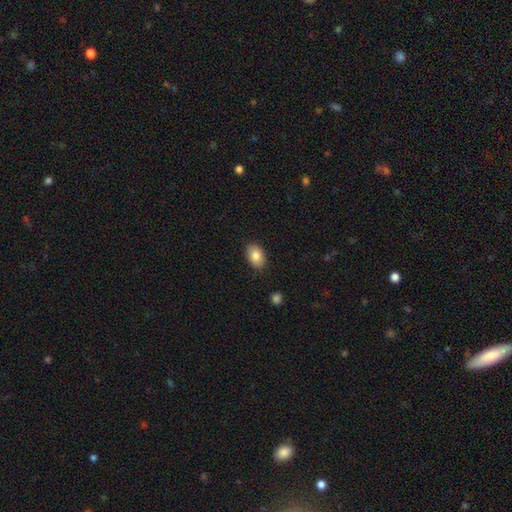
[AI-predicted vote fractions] This appears to be a smooth galaxy with no disk features (85%) that is in between round and cigar-shaped (88%). Merging: none (86%).